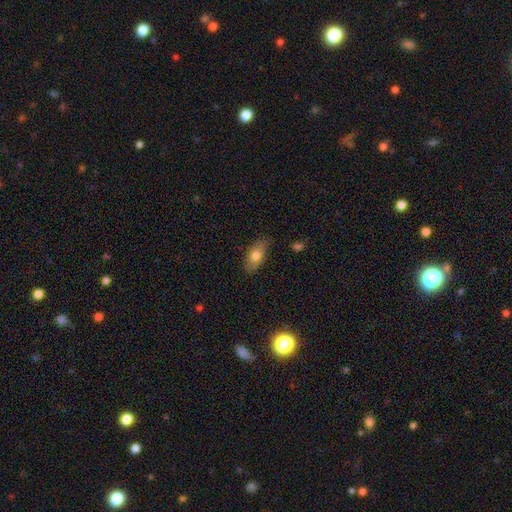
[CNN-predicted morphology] smooth_or_featured: smooth (p=0.75) [alt: featured or disk p=0.17]
how_rounded: in between (p=0.87) [alt: cigar-shaped p=0.09]
merging: none (p=0.83) [alt: minor disturbance p=0.14]